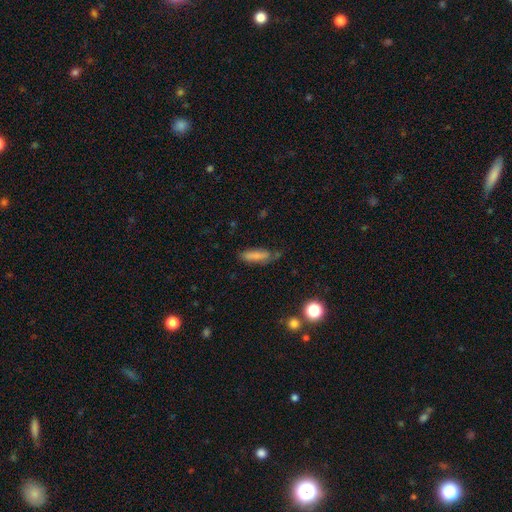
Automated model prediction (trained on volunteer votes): A smooth galaxy with no disk features (80%) that is cigar-shaped (55%). Merging: none (62%).